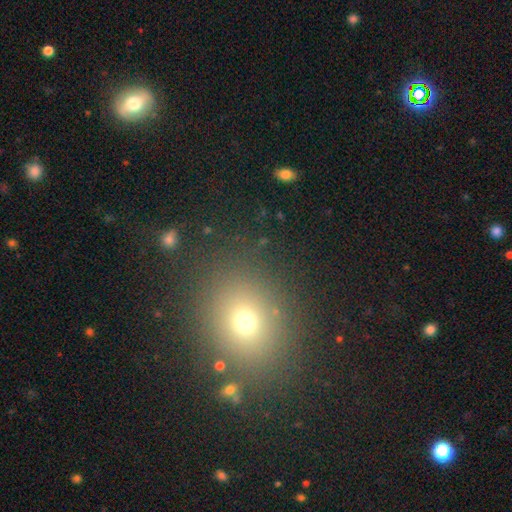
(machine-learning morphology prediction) Smooth or featured? Predicted: smooth (p=0.62). How rounded? Predicted: round (p=0.58). Merging? Predicted: none (p=0.86).